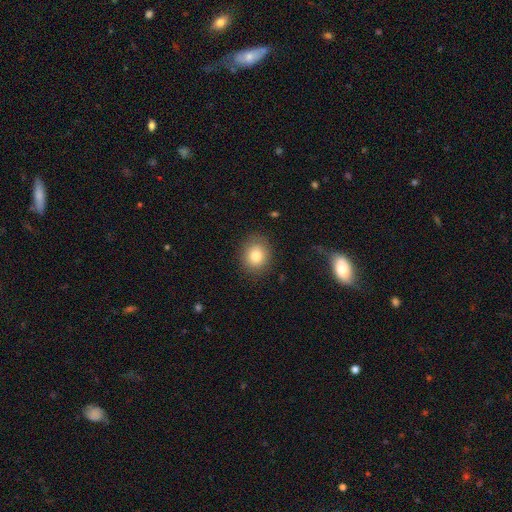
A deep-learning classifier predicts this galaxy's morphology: type=smooth (81%); roundness=round (64%); merging=none (86%).